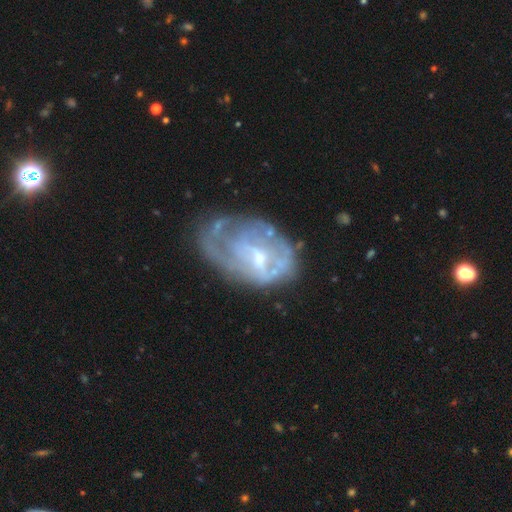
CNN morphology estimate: Smooth or featured: featured or disk — 74% (smooth — 18%)
Edge-on disk: no — 97% (yes — 3%)
Bar: weak — 46% (no — 44%)
Spiral arms: yes — 60% (no — 40%)
Bulge size: small — 50% (moderate — 37%)
Merging: none — 44% (minor disturbance — 28%)